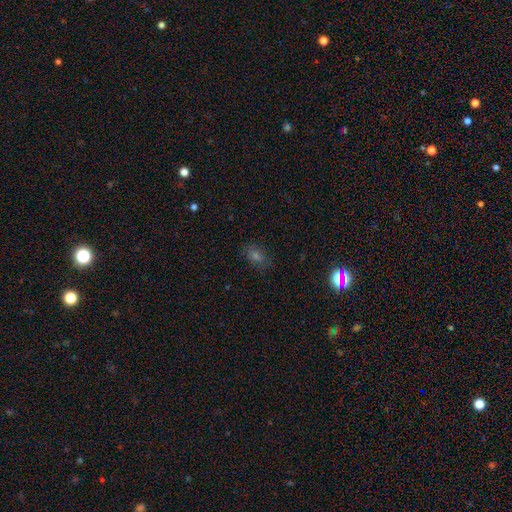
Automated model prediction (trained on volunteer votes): smooth_or_featured: smooth (p=0.49) [alt: star or artifact p=0.35]
merging: none (p=0.81) [alt: minor disturbance p=0.13]